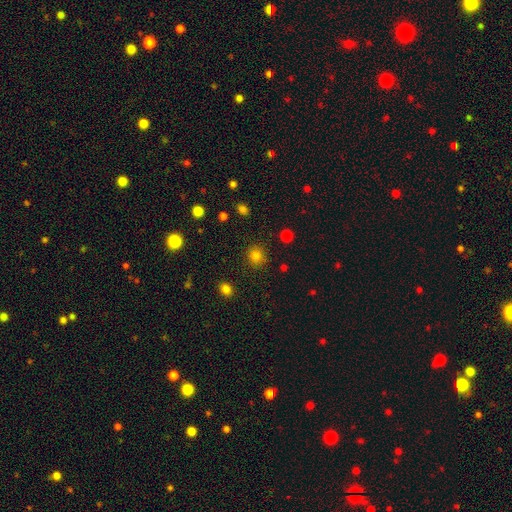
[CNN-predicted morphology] This is clearly a smooth galaxy (81%). How rounded: clearly round (87%). Merging: clearly none (88%).